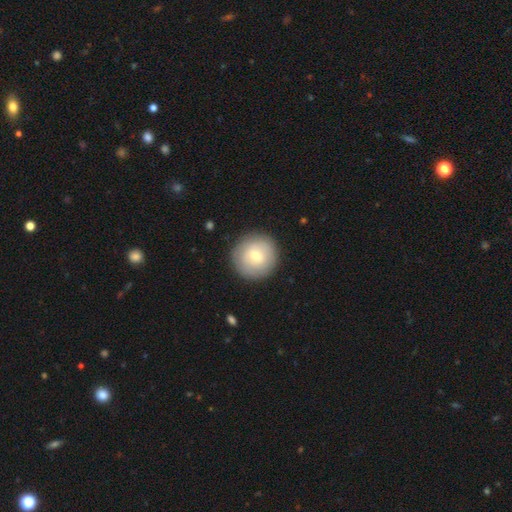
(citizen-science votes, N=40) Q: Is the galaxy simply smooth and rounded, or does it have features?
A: smooth — 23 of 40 (57%).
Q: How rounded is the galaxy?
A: round — 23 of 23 (100%).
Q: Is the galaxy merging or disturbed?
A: none — 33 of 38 (87%).